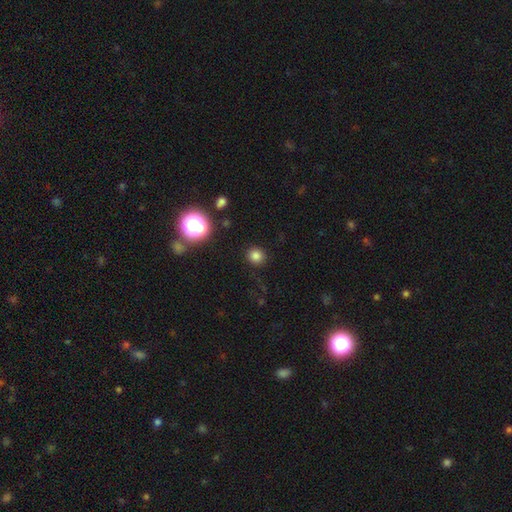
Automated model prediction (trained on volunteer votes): A smooth galaxy with no disk features (79%) that is round (89%).

Vote fractions:
- Smooth or featured? smooth: 79% / star or artifact: 16% / featured or disk: 5%
- How rounded? round: 89% / in between: 10% / cigar-shaped: 1%
- Merging? none: 89% / minor disturbance: 7% / major disturbance: 3% / merger: 2%